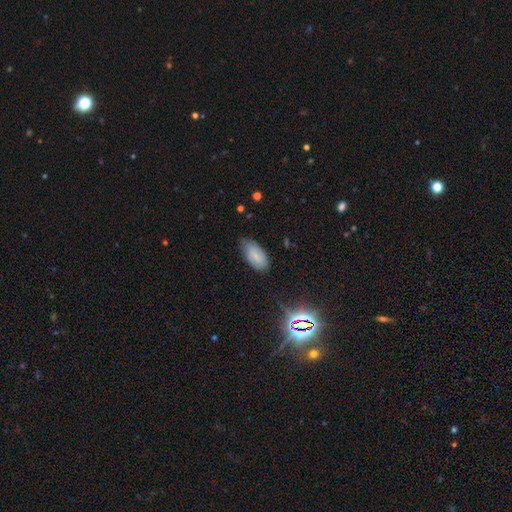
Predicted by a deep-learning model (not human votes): Smooth or featured?
  - smooth: 65% *
  - featured or disk: 24%
  - star or artifact: 11%
How rounded?
  - in between: 93% *
  - round: 4%
  - cigar-shaped: 3%
Merging?
  - none: 63% *
  - minor disturbance: 30%
  - major disturbance: 6%
  - merger: 2%